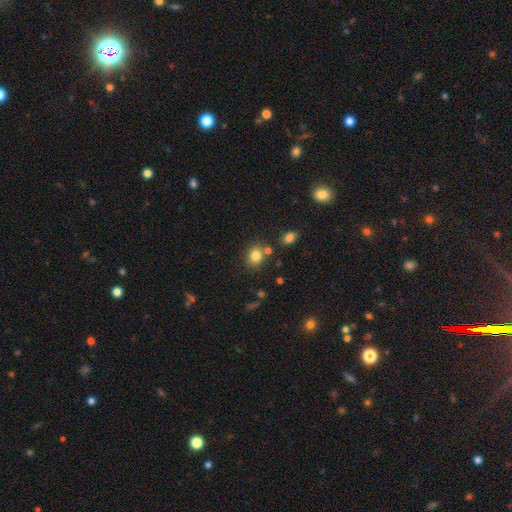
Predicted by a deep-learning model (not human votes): This appears to be a smooth galaxy with no disk features (82%) that is round (69%). Merging: none (73%).